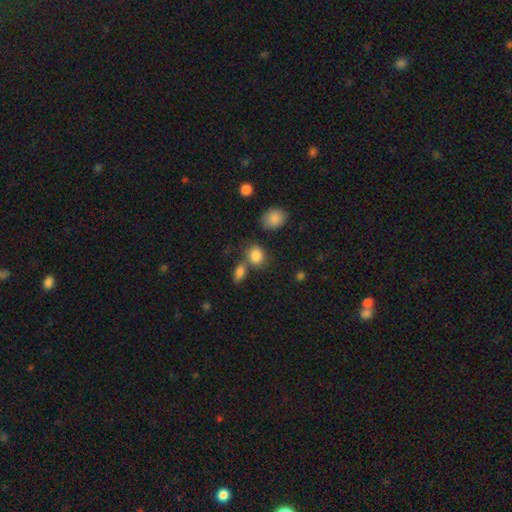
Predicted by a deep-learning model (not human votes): Smooth or featured? Predicted: smooth (p=0.84). How rounded? Predicted: in between (p=0.57). Merging? Predicted: none (p=0.54).